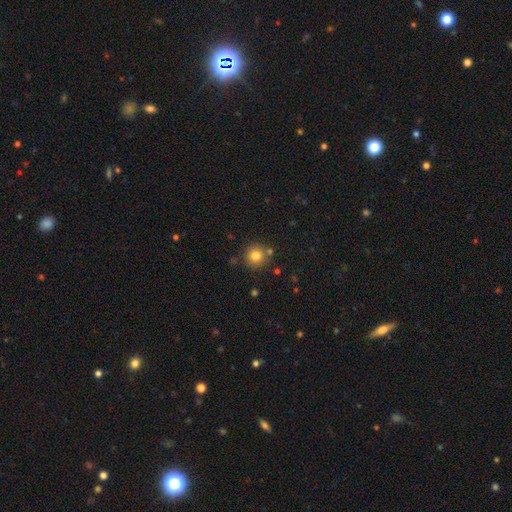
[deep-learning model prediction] A smooth galaxy with no disk features (80%) that is round (93%). Merging: none (81%).